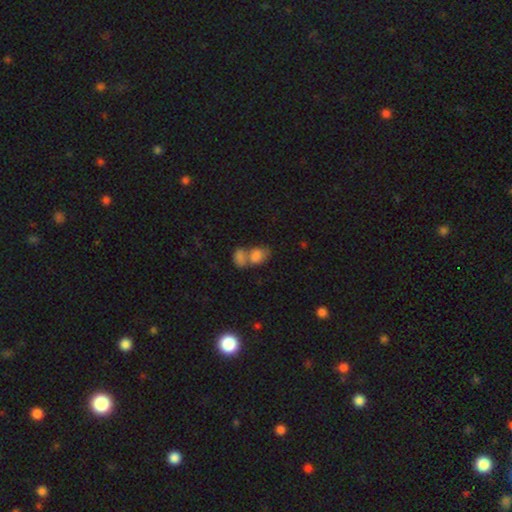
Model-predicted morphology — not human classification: Overall: smooth (80%). How rounded: in between (72%). Merging: merger (67%).